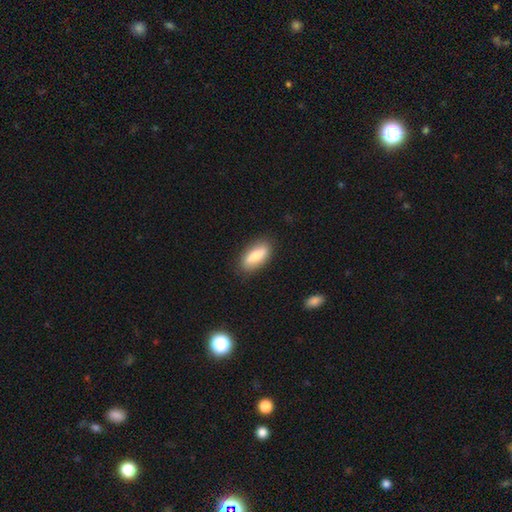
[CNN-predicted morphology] Smooth or featured: smooth — 77% (featured or disk — 17%)
How rounded: in between — 79% (cigar-shaped — 18%)
Merging: none — 85% (minor disturbance — 12%)